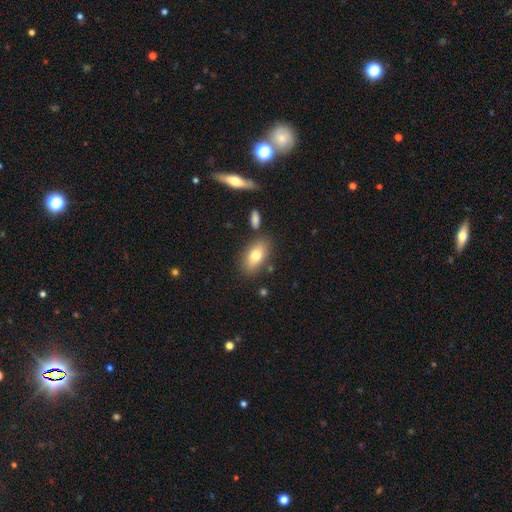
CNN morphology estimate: Smooth or featured? smooth (76%)
How rounded? in between (88%)
Merging? none (78%)